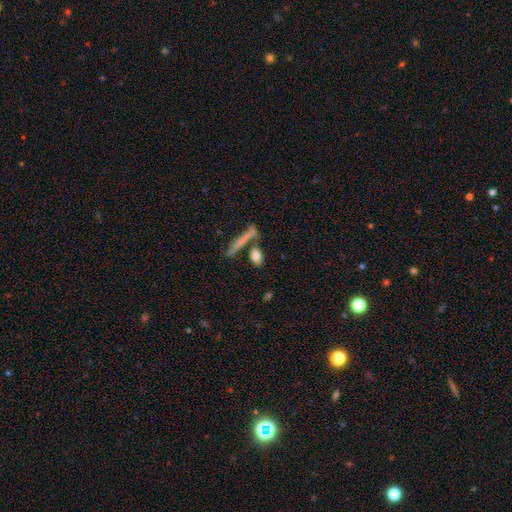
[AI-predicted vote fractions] Smooth or featured?
  - smooth: 78% *
  - featured or disk: 14%
  - star or artifact: 8%
How rounded?
  - in between: 63% *
  - cigar-shaped: 27%
  - round: 10%
Merging?
  - none: 64% *
  - merger: 18%
  - minor disturbance: 12%
  - major disturbance: 5%